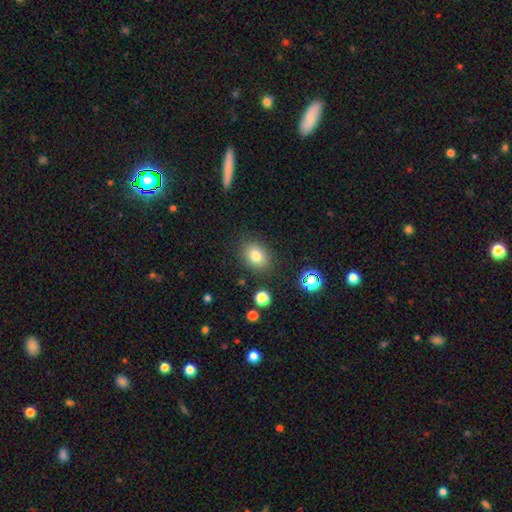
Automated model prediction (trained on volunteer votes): A smooth galaxy with no disk features (80%) that is in between round and cigar-shaped (62%).

Vote fractions:
- Smooth or featured? smooth: 80% / star or artifact: 11% / featured or disk: 9%
- How rounded? in between: 62% / round: 37% / cigar-shaped: 1%
- Merging? none: 84% / minor disturbance: 10% / major disturbance: 3% / merger: 2%